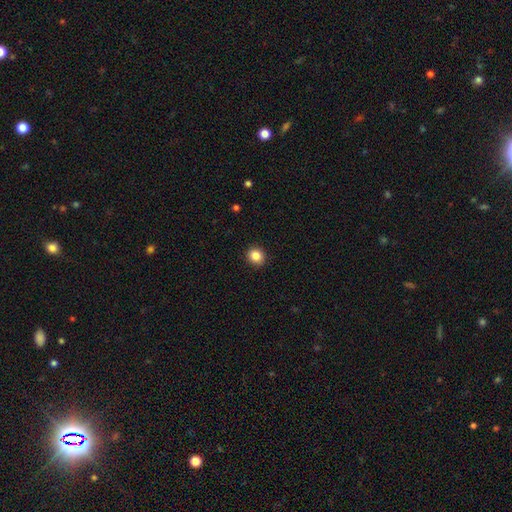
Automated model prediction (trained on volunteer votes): A smooth galaxy with no disk features (86%) that is round (83%).

Vote fractions:
- Smooth or featured? smooth: 86% / star or artifact: 10% / featured or disk: 4%
- How rounded? round: 83% / in between: 16% / cigar-shaped: 1%
- Merging? none: 92% / minor disturbance: 6% / major disturbance: 2% / merger: 1%